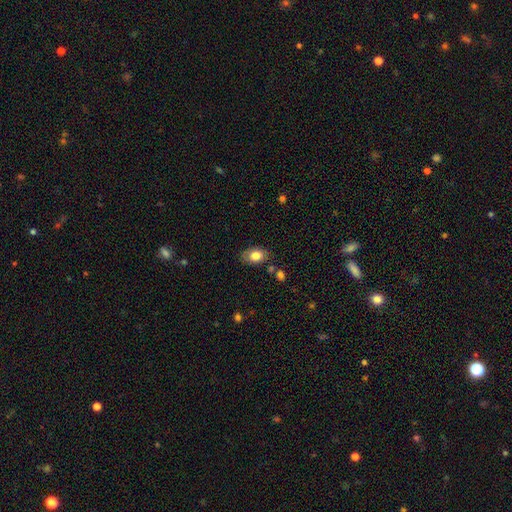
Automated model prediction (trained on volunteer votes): The model was most divided on "merging": none: 76%, minor disturbance: 17%, major disturbance: 4%, merger: 3%. More confident: how rounded — in between (83%); smooth or featured — smooth (80%).